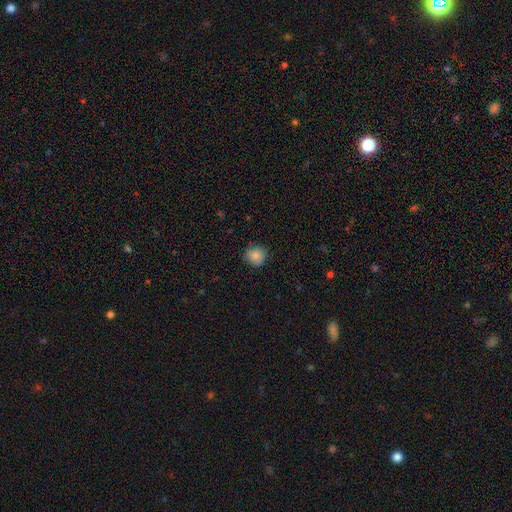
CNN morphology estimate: Smooth or featured?
  - smooth: 85% *
  - star or artifact: 9%
  - featured or disk: 5%
How rounded?
  - round: 90% *
  - in between: 9%
  - cigar-shaped: 1%
Merging?
  - none: 86% *
  - minor disturbance: 11%
  - major disturbance: 2%
  - merger: 1%